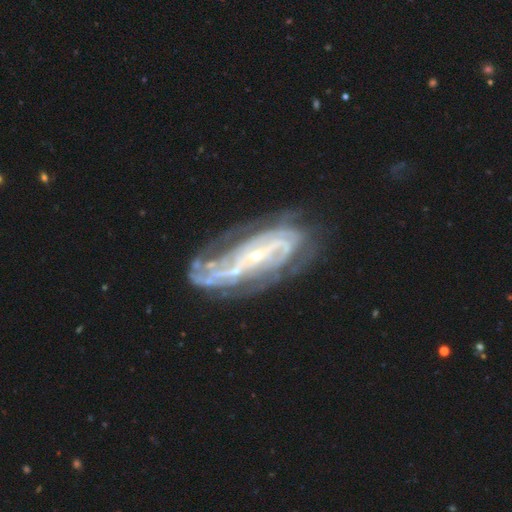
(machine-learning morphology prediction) smooth-or-featured: featured or disk: 88% | star or artifact: 6% | smooth: 6%
  disk-edge-on: no: 92% | yes: 8%
    bar: no: 36% | strong: 35% | weak: 28%
    has-spiral-arms: yes: 93% | no: 7%
      spiral-winding: tight: 55% | medium: 32% | loose: 13%
      spiral-arm-count: can't tell: 32% | 2: 28% | 3: 15% | 4: 11% | more than 4: 8% | 1: 6%
    bulge-size: small: 82% | moderate: 14% | none: 2% | large: 1% | dominant: 1%
  merging: none: 64% | minor disturbance: 19% | major disturbance: 14% | merger: 3%